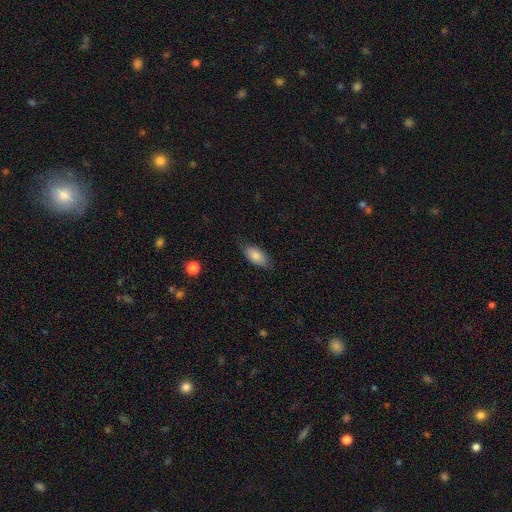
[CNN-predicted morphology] Smooth or featured? Predicted: smooth (p=0.84). How rounded? Predicted: in between (p=0.92). Merging? Predicted: none (p=0.78).